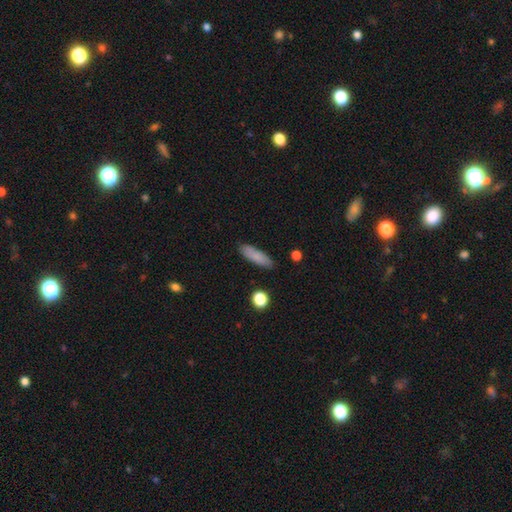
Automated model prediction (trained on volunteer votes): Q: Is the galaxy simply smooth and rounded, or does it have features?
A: smooth — 84%.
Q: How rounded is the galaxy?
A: cigar-shaped — 54%.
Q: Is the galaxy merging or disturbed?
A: none — 87%.